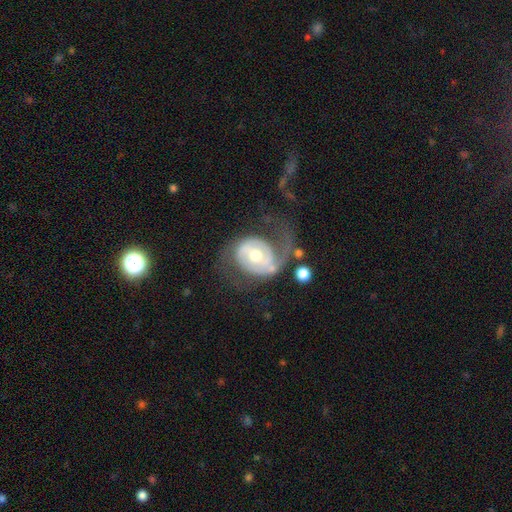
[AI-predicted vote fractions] Morphology: type=featured or disk (83%); edge-on=no (97%); bar=no (46%); spiral arms=yes (91%); winding=medium (41%); arm count=2 (58%); bulge=moderate (68%); merging=none (41%).